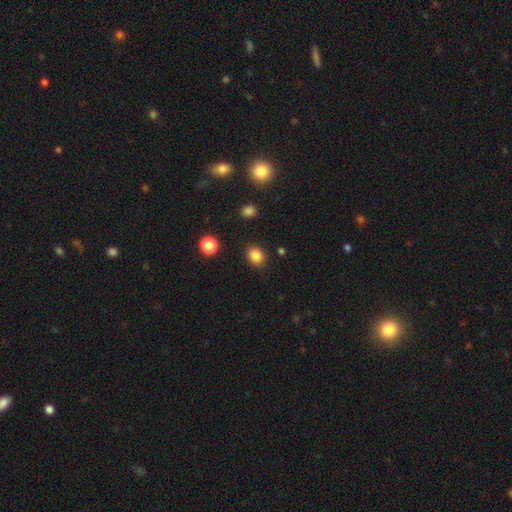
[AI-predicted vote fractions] This appears to be a smooth galaxy with no disk features (85%) that is round (51%). Merging: none (86%).